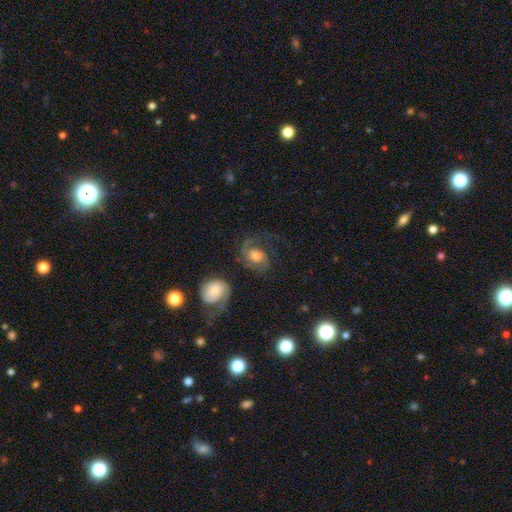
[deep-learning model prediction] Smooth or featured? featured or disk (72%)
Edge-on disk? no (98%)
Bar? no (67%)
Spiral arms? yes (93%)
Spiral winding? medium (47%)
Spiral arm count? 2 (65%)
Bulge size? moderate (57%)
Merging? none (48%)